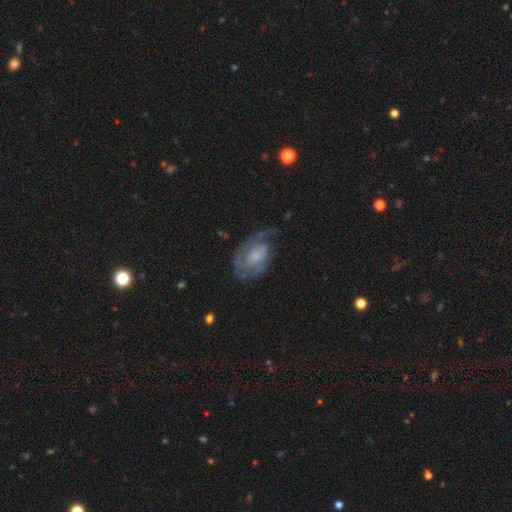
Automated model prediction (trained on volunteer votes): The model was most divided on "spiral winding" (2-way tie): tight: 39%, medium: 39%, loose: 23%. Remaining: edge-on disk — no (96%); spiral arms — yes (85%); smooth or featured — featured or disk (72%); bar — no (65%); merging — none (47%); spiral arm count — 1 (35%); bulge size — small (30%).